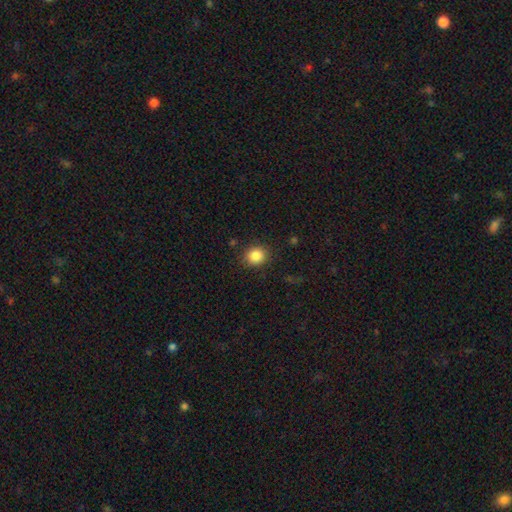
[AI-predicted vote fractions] Smooth or featured: smooth — 86% (star or artifact — 10%)
How rounded: round — 77% (in between — 22%)
Merging: none — 87% (minor disturbance — 9%)